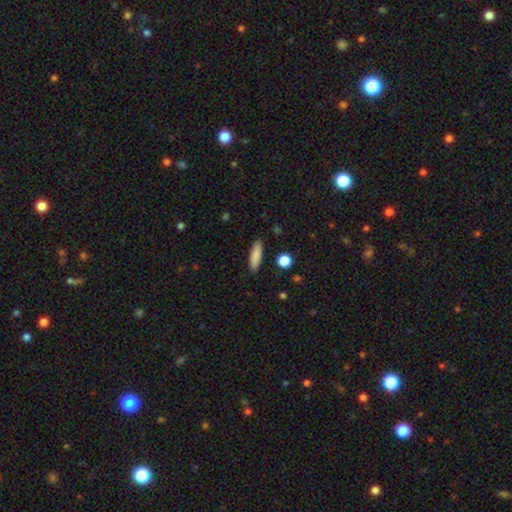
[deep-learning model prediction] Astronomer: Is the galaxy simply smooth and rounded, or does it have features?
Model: smooth — 86%.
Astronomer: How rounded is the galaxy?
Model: cigar-shaped — 59% (runner-up: in between, 39%).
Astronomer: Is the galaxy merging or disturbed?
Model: none — 89%.